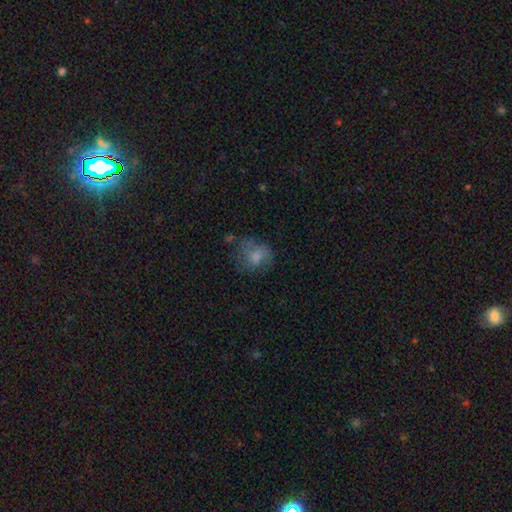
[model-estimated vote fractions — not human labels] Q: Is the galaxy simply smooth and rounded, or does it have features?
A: smooth — 64%.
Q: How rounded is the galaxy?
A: round — 62%.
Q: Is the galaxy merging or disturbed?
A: none — 45%.